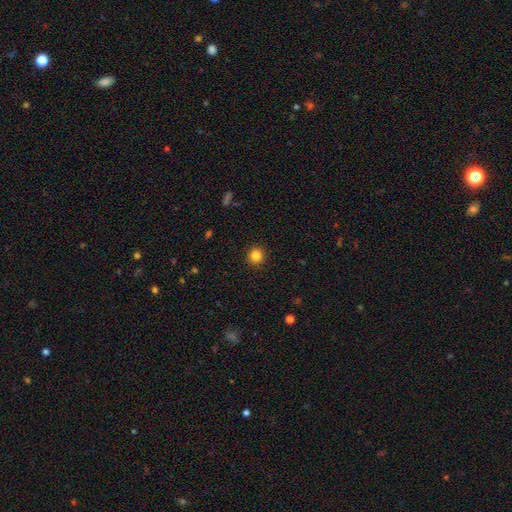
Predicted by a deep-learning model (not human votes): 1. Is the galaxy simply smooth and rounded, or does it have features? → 84% smooth, 11% star or artifact, 5% featured or disk.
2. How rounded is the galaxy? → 92% round, 7% in between, 1% cigar-shaped.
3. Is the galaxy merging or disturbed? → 92% none, 5% minor disturbance, 2% major disturbance, 1% merger.